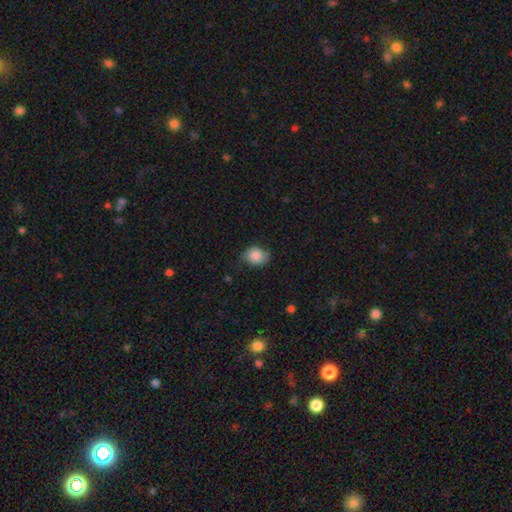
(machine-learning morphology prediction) Smooth or featured? Predicted: smooth (p=0.80). How rounded? Predicted: round (p=0.54). Merging? Predicted: none (p=0.64).